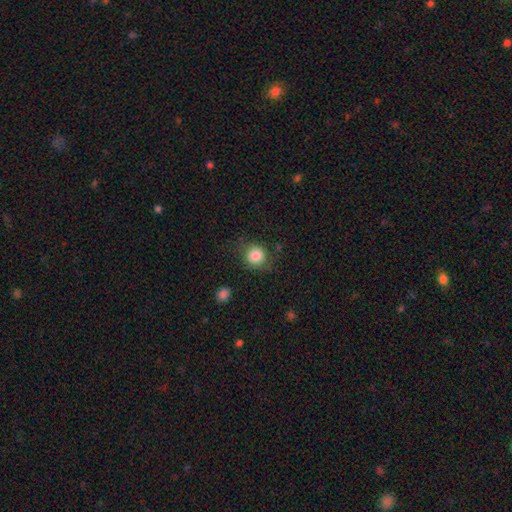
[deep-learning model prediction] Q: Smooth or featured?
A: smooth (84%); runner-up: star or artifact (9%)
Q: How rounded?
A: round (86%); runner-up: in between (13%)
Q: Merging?
A: none (75%); runner-up: minor disturbance (16%)